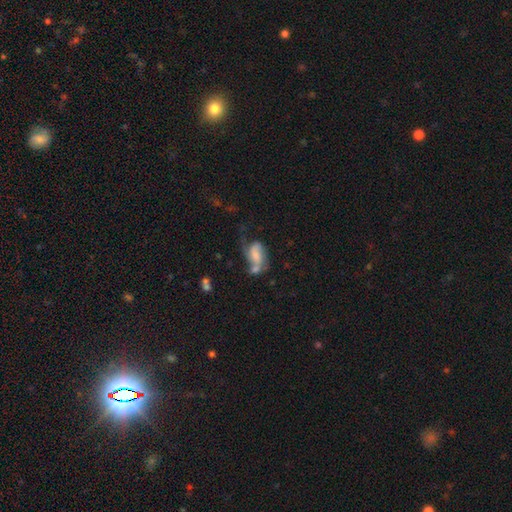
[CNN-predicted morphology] A featured or disk galaxy (54%) with no bar (57%), spiral arms (77%) and a small central bulge (29%).

Vote fractions:
- Smooth or featured? featured or disk: 54% / smooth: 38% / star or artifact: 9%
- Edge-on disk? no: 96% / yes: 4%
- Bar? no: 57% / weak: 32% / strong: 11%
- Spiral arms? yes: 77% / no: 23%
- Bulge size? small: 29% / moderate: 28% / none: 26% / large: 14% / dominant: 3%
- Merging? merger: 30% / major disturbance: 28% / none: 23% / minor disturbance: 19%